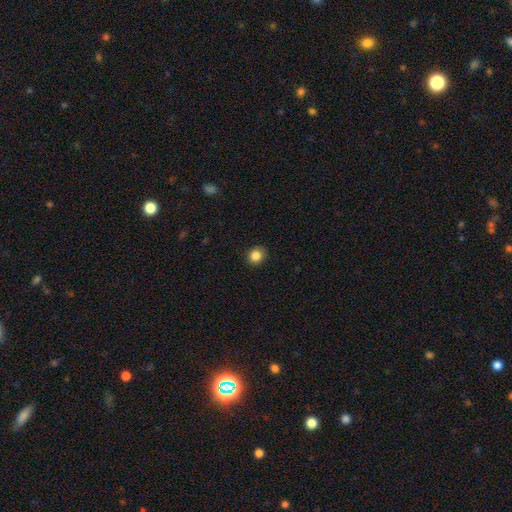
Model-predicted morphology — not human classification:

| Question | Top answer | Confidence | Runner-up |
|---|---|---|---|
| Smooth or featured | smooth | 85% | star or artifact (10%) |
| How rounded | round | 80% | in between (19%) |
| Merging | none | 89% | minor disturbance (8%) |